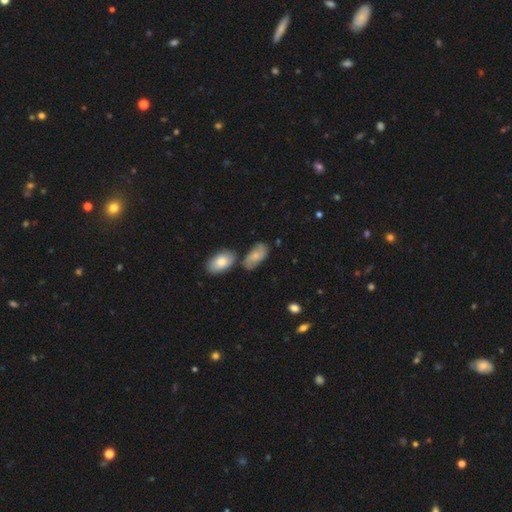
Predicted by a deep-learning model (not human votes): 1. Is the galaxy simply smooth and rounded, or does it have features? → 59% smooth, 33% featured or disk, 8% star or artifact.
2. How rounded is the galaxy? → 91% in between, 5% round, 4% cigar-shaped.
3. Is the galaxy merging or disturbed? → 57% none, 20% minor disturbance, 17% merger, 6% major disturbance.